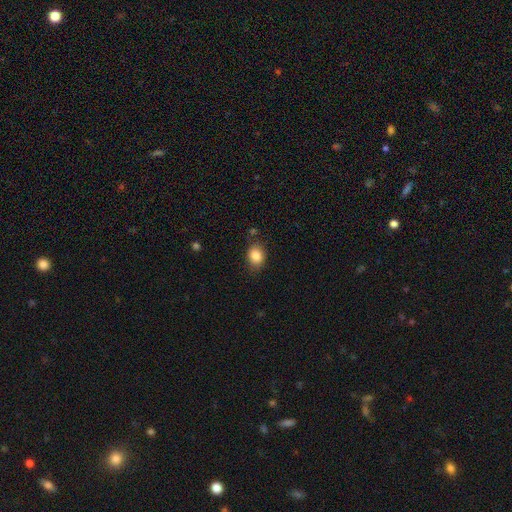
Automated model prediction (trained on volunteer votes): A smooth galaxy with no disk features (86%) that is in between round and cigar-shaped (63%).

Vote fractions:
- Smooth or featured? smooth: 86% / star or artifact: 9% / featured or disk: 6%
- How rounded? in between: 63% / round: 36% / cigar-shaped: 1%
- Merging? none: 77% / minor disturbance: 17% / major disturbance: 4% / merger: 3%